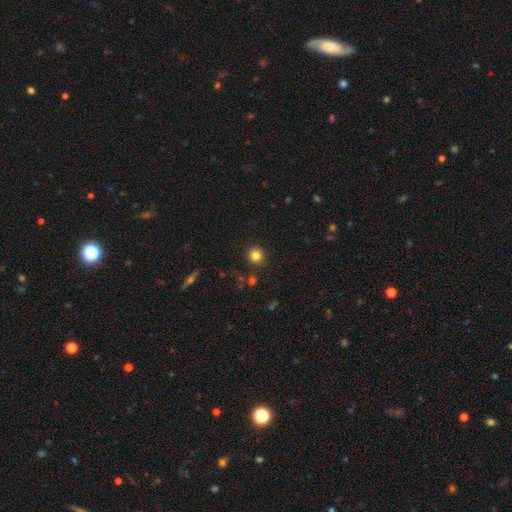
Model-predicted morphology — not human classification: smooth_or_featured: smooth (p=0.81) [alt: star or artifact p=0.13]
how_rounded: round (p=0.94) [alt: in between p=0.05]
merging: none (p=0.90) [alt: minor disturbance p=0.06]